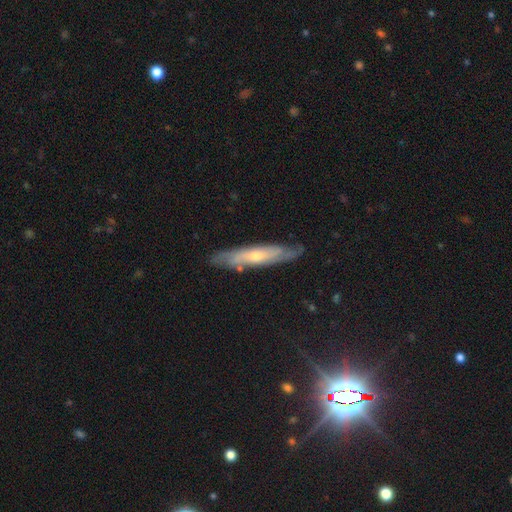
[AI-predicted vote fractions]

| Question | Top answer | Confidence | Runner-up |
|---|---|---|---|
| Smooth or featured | featured or disk | 67% | smooth (27%) |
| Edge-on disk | yes | 56% | no (44%) |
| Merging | none | 78% | minor disturbance (17%) |